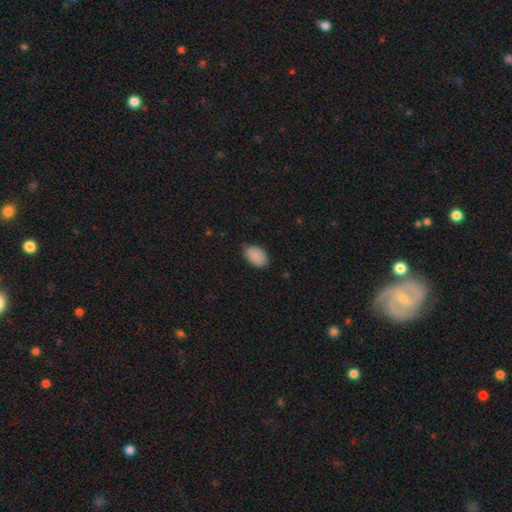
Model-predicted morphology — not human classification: This appears to be a smooth galaxy with no disk features (88%) that is in between round and cigar-shaped (91%). Merging: none (75%).